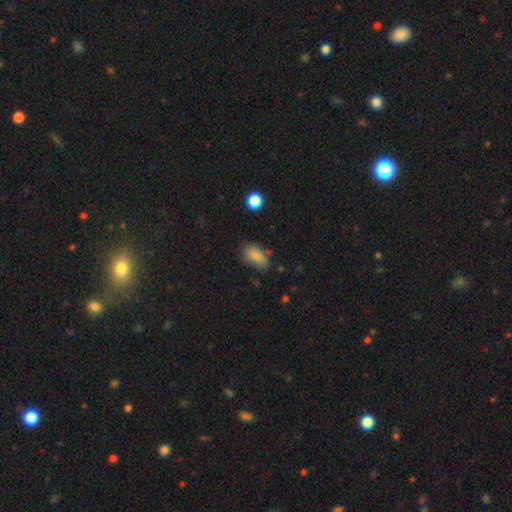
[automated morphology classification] Smooth or featured? Predicted: smooth (p=0.83). How rounded? Predicted: in between (p=0.88). Merging? Predicted: none (p=0.61).